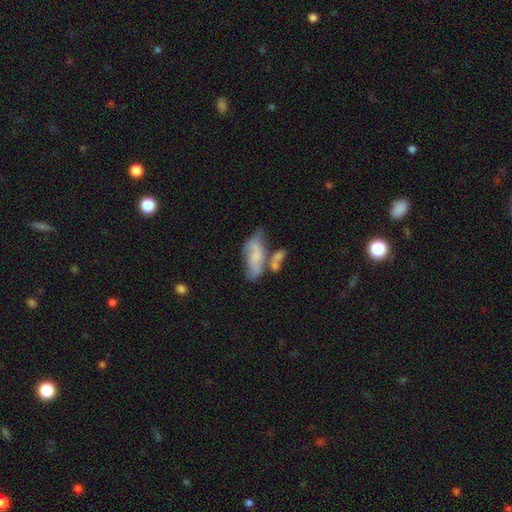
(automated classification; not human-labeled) The model was most divided on "smooth or featured": featured or disk: 47%, smooth: 44%, star or artifact: 9%. Remaining: merging — merger (34%).